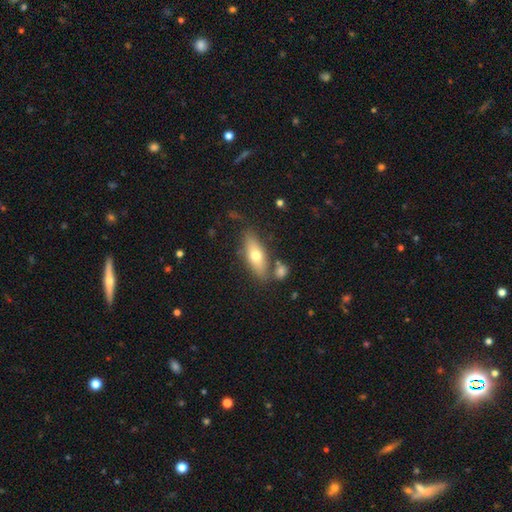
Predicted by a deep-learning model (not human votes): Smooth or featured: smooth — 64% (featured or disk — 29%)
How rounded: in between — 63% (cigar-shaped — 33%)
Merging: none — 74% (minor disturbance — 14%)